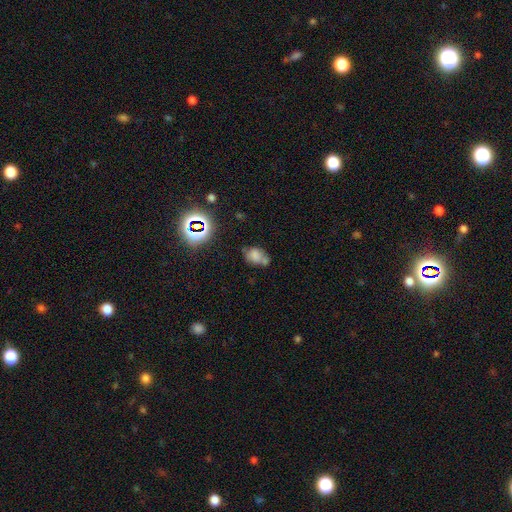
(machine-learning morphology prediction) smooth 62%, star or artifact 20%, featured or disk 18%. Down the decision tree: how rounded — in between (71%); merging — none (40%).